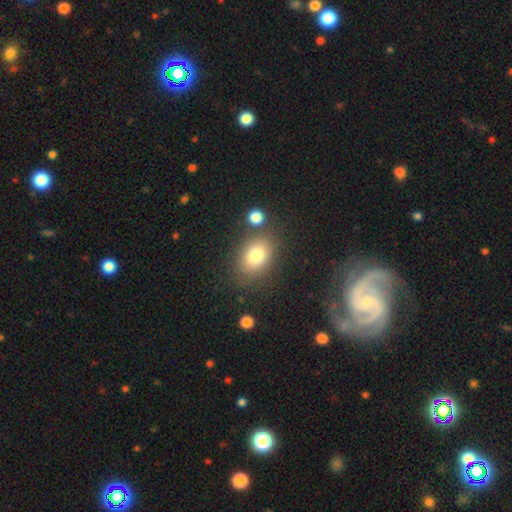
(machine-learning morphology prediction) smooth 78%, star or artifact 11%, featured or disk 11%. Down the decision tree: how rounded — in between (68%); merging — none (76%).